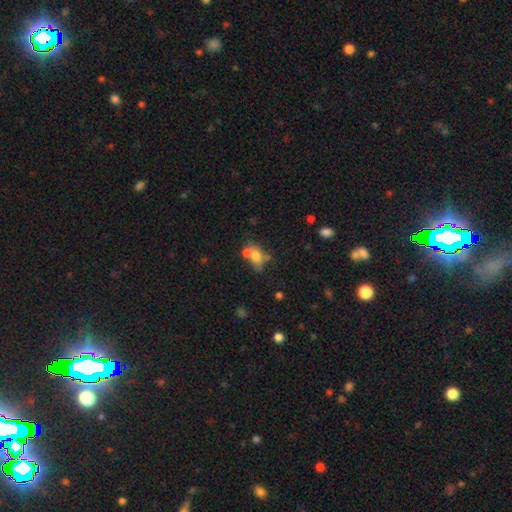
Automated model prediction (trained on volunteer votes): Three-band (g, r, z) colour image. It shows a smooth galaxy with no disk features (66%) that is in between round and cigar-shaped (72%). Merging: merger (42%).